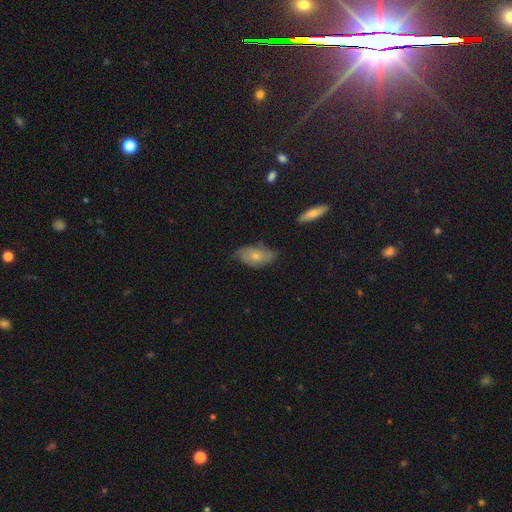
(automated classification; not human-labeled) Smooth or featured?
  - smooth: 57% *
  - featured or disk: 37%
  - star or artifact: 7%
How rounded?
  - in between: 91% *
  - round: 6%
  - cigar-shaped: 3%
Merging?
  - none: 58% *
  - minor disturbance: 32%
  - major disturbance: 8%
  - merger: 2%